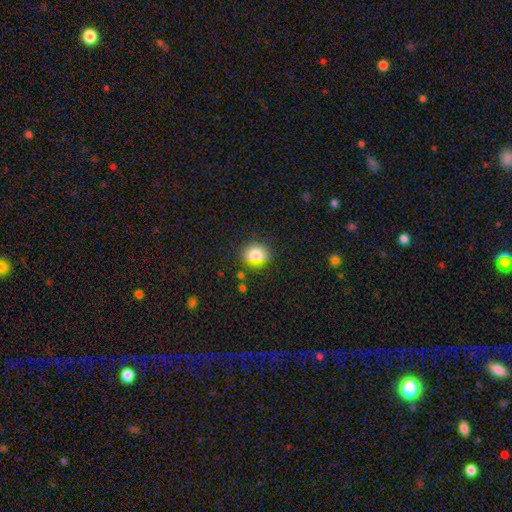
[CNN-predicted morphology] type=smooth (76%); roundness=round (72%); merging=none (82%).